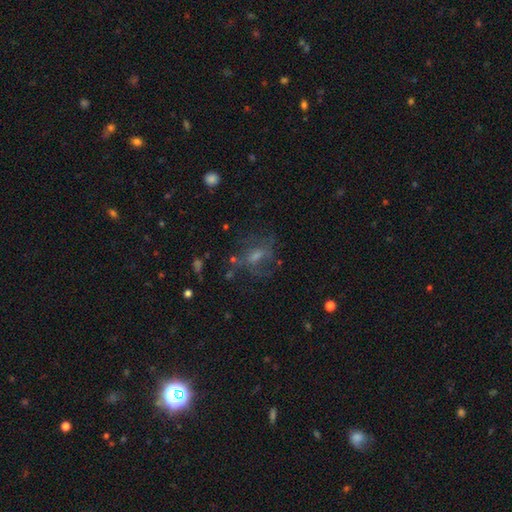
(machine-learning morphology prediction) smooth-or-featured: featured or disk: 46% | smooth: 30% | star or artifact: 24%
  merging: none: 57% | major disturbance: 21% | minor disturbance: 18% | merger: 4%